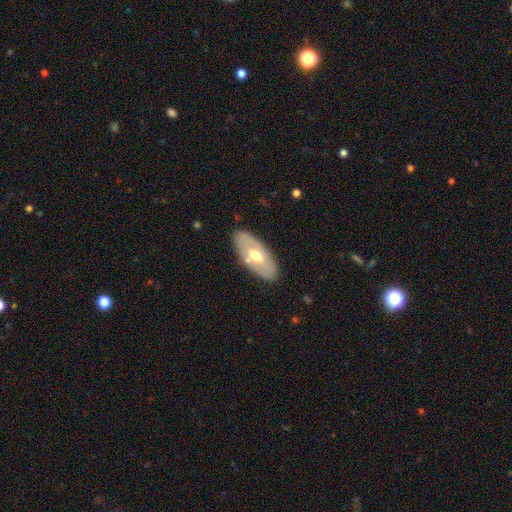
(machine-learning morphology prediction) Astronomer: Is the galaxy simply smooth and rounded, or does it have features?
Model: featured or disk — 50% (runner-up: smooth, 44%).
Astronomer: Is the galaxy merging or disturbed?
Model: none — 84%.